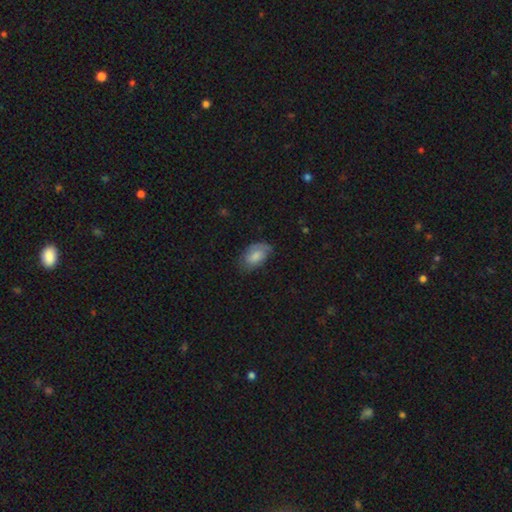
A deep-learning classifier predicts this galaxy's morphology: Overall: smooth (66%; featured or disk 27%). How rounded: in between (92%). Merging: none (60%; minor disturbance 29%).